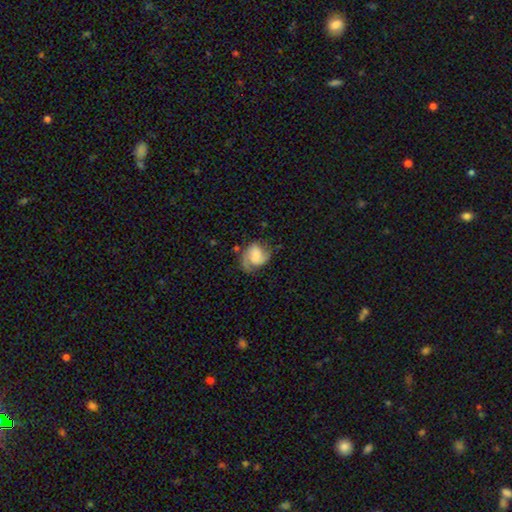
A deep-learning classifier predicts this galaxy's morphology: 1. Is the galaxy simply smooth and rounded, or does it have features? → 53% featured or disk, 39% smooth, 8% star or artifact.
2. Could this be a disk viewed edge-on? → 97% no, 3% yes.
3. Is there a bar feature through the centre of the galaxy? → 44% no, 39% weak, 17% strong.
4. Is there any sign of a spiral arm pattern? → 86% yes, 14% no.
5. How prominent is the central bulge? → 34% none, 22% large, 19% small, 19% moderate, 6% dominant.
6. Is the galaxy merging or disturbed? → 50% none, 29% minor disturbance, 19% major disturbance, 3% merger.